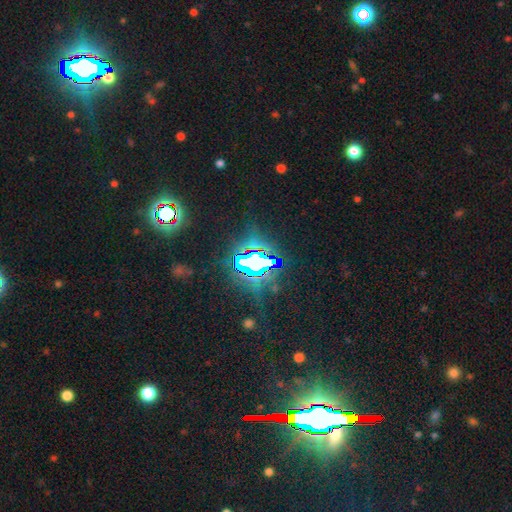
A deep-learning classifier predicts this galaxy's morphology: smooth_or_featured: star or artifact (p=0.77) [alt: smooth p=0.13]